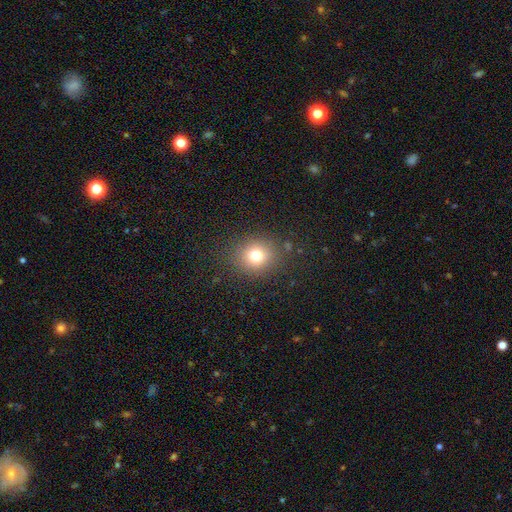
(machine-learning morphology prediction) Q: Smooth or featured?
A: smooth (76%); runner-up: star or artifact (15%)
Q: How rounded?
A: round (81%); runner-up: in between (18%)
Q: Merging?
A: none (86%); runner-up: minor disturbance (9%)